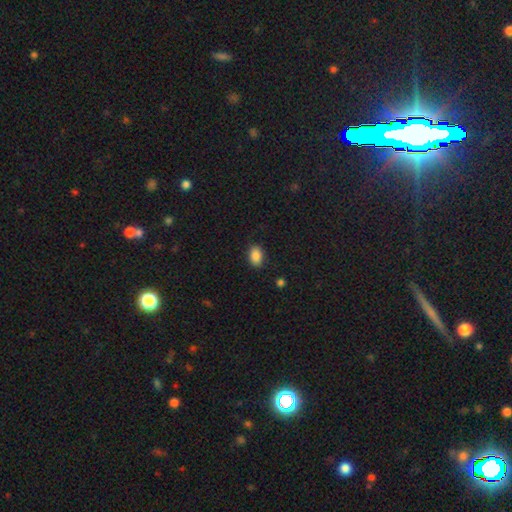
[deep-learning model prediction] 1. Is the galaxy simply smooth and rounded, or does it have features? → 88% smooth, 8% star or artifact, 4% featured or disk.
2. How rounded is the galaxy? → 86% in between, 12% round, 2% cigar-shaped.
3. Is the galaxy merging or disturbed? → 86% none, 10% minor disturbance, 2% major disturbance, 1% merger.